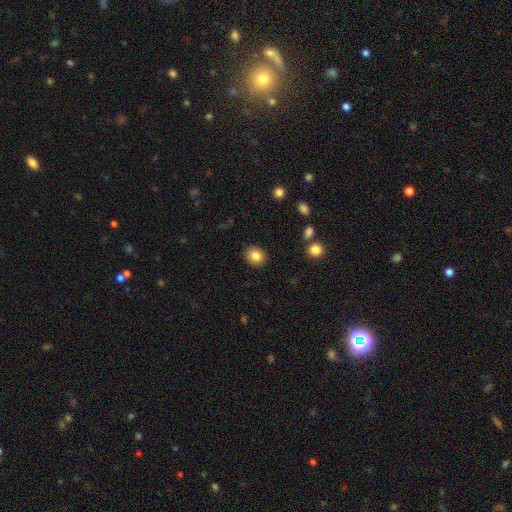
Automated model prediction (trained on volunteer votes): Smooth or featured: smooth — 83% (star or artifact — 10%)
How rounded: round — 73% (in between — 26%)
Merging: none — 90% (minor disturbance — 7%)